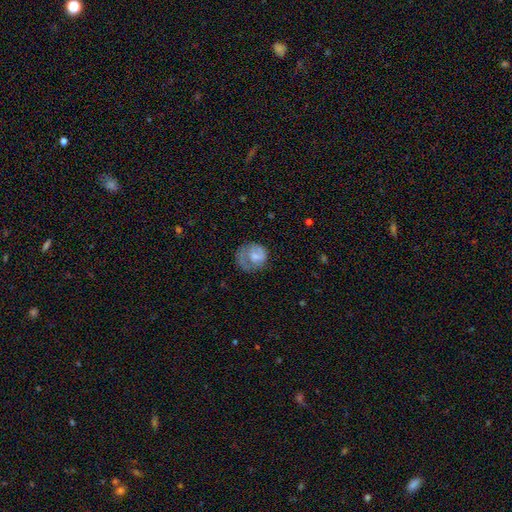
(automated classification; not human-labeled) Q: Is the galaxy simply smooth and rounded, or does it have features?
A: smooth — 54%.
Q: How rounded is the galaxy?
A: round — 72%.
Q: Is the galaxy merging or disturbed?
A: none — 44%.